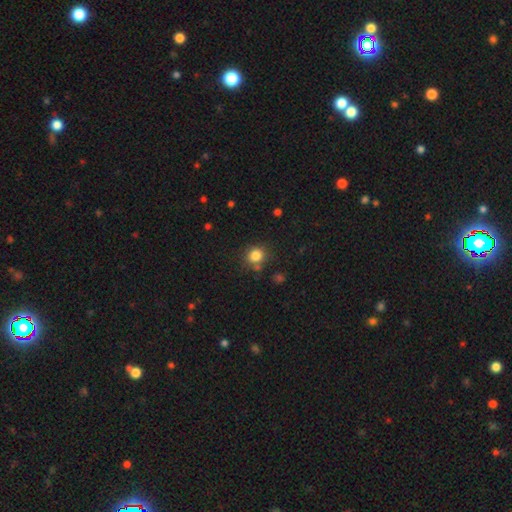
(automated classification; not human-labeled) The model was most divided on "merging": none: 76%, minor disturbance: 13%, merger: 7%, major disturbance: 4%. More confident: how rounded — round (83%); smooth or featured — smooth (82%).